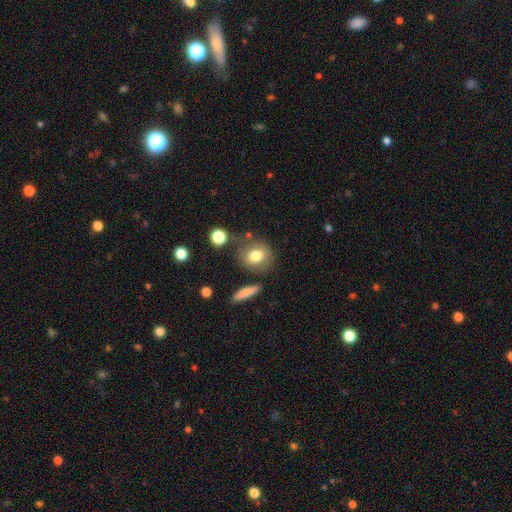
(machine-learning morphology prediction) Q: Smooth or featured?
A: smooth (77%); runner-up: featured or disk (14%)
Q: How rounded?
A: round (64%); runner-up: in between (34%)
Q: Merging?
A: none (67%); runner-up: minor disturbance (18%)